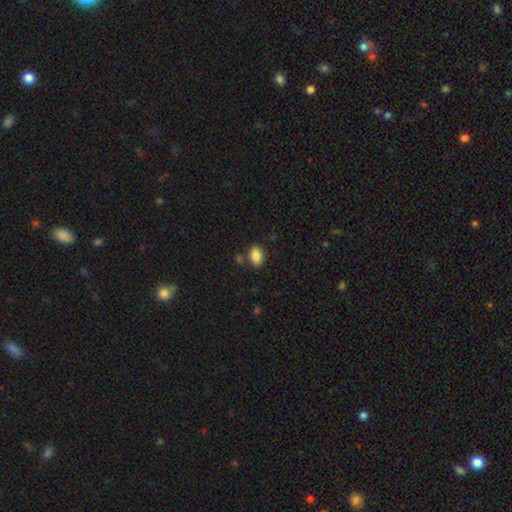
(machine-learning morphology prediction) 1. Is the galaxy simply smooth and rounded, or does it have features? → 86% smooth, 8% star or artifact, 5% featured or disk.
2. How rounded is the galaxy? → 87% in between, 11% round, 2% cigar-shaped.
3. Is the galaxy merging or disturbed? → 79% none, 11% minor disturbance, 7% merger, 3% major disturbance.